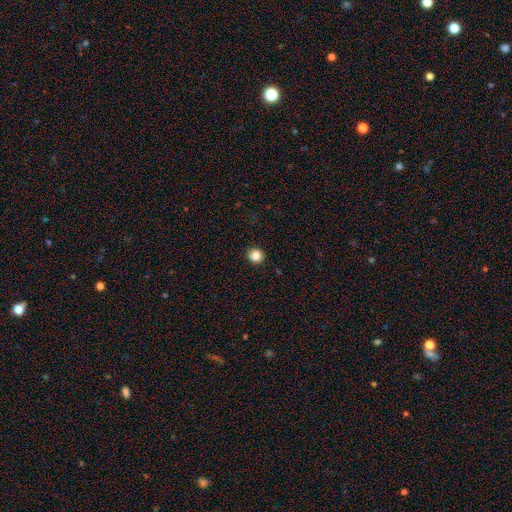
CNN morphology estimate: A smooth galaxy with no disk features (85%) that is round (91%).

Vote fractions:
- Smooth or featured? smooth: 85% / star or artifact: 11% / featured or disk: 4%
- How rounded? round: 91% / in between: 8% / cigar-shaped: 1%
- Merging? none: 92% / minor disturbance: 5% / major disturbance: 2% / merger: 1%